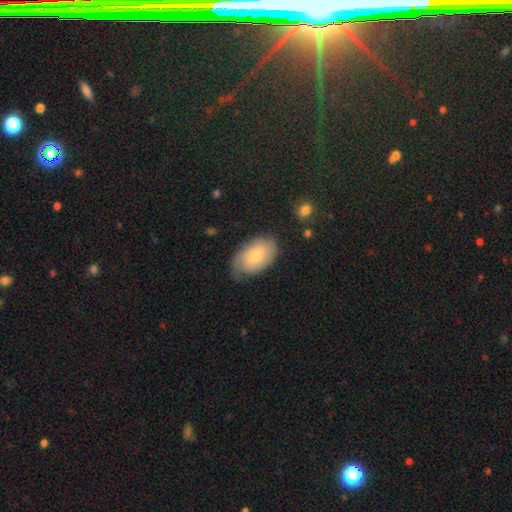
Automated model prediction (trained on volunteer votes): A smooth galaxy with no disk features (66%) that is in between round and cigar-shaped (91%). Merging: none (61%).